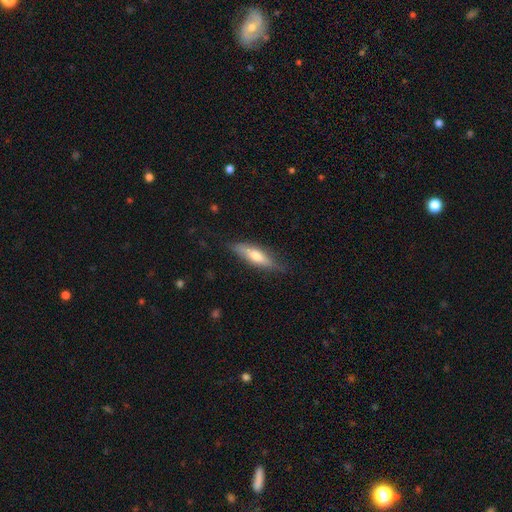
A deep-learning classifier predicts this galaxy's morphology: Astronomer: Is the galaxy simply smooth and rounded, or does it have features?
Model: smooth — 59% (runner-up: featured or disk, 35%).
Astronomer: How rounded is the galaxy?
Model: cigar-shaped — 61% (runner-up: in between, 37%).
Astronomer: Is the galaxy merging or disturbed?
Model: none — 74%.